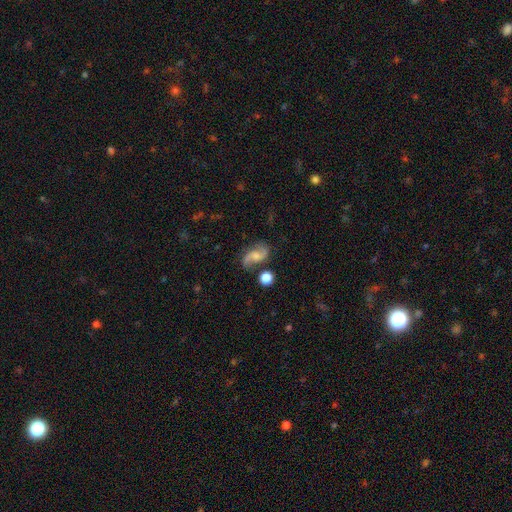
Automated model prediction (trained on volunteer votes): A featured or disk galaxy (80%) with no bar (53%), 2 (93%) loose (67%) spiral arms (96%) and a small central bulge (37%). Merging: none (72%).